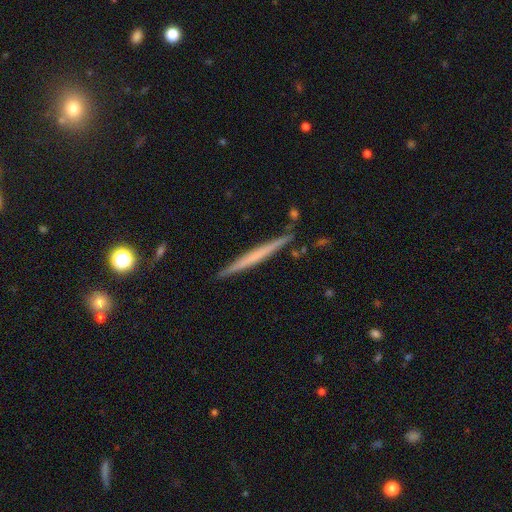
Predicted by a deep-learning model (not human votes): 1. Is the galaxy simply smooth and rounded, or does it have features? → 52% featured or disk, 42% smooth, 6% star or artifact.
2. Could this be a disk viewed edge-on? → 97% yes, 3% no.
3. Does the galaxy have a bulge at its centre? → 85% none, 10% rounded, 6% boxy.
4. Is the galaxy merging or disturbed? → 87% none, 9% minor disturbance, 2% merger, 2% major disturbance.